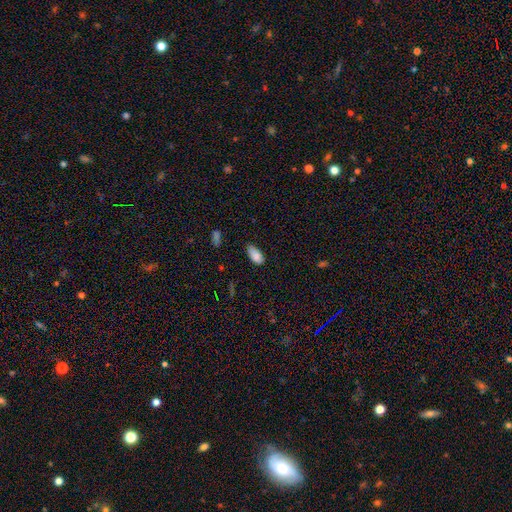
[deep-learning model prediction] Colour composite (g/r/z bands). It shows a smooth galaxy with no disk features (85%) that is in between round and cigar-shaped (91%). Merging: none (57%).